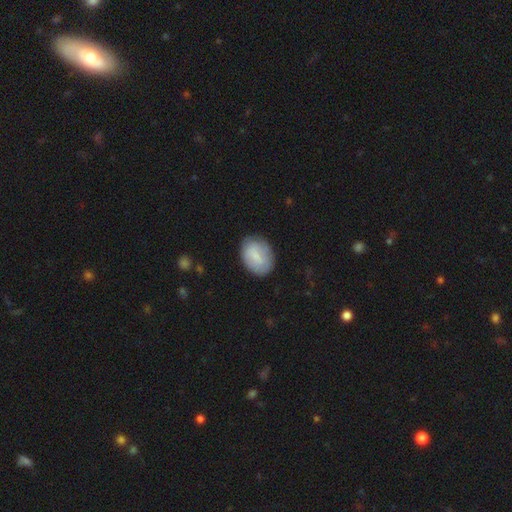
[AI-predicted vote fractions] Q: Smooth or featured?
A: smooth (73%); runner-up: featured or disk (21%)
Q: How rounded?
A: in between (77%); runner-up: round (22%)
Q: Merging?
A: none (78%); runner-up: minor disturbance (17%)